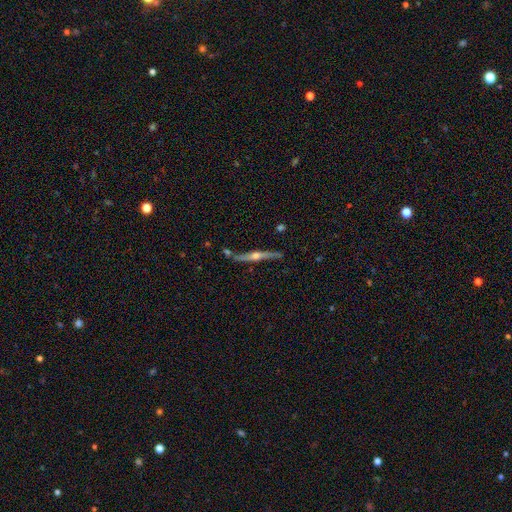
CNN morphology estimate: featured or disk 81%, smooth 13%, star or artifact 6%. Down the decision tree: edge-on disk — yes (97%); edge-on bulge — rounded (93%); merging — none (82%).